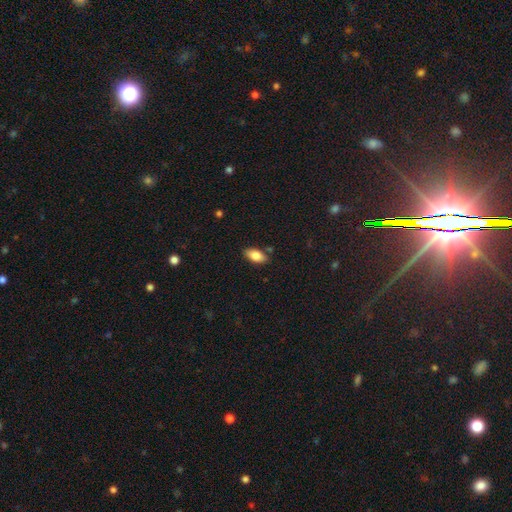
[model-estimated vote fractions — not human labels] smooth_or_featured: smooth (p=0.81) [alt: featured or disk p=0.11]
how_rounded: in between (p=0.90) [alt: cigar-shaped p=0.06]
merging: none (p=0.83) [alt: minor disturbance p=0.12]